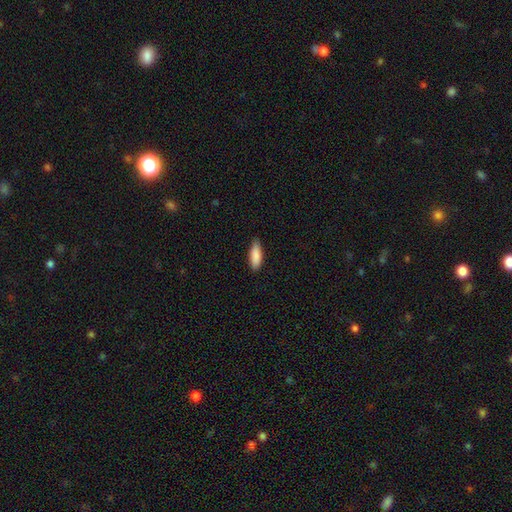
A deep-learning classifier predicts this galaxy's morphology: smooth 88%, star or artifact 6%, featured or disk 6%. Down the decision tree: how rounded — in between (62%); merging — none (83%).